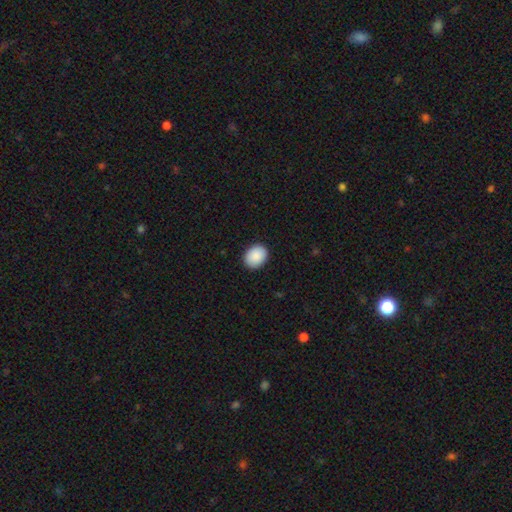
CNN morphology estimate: smooth_or_featured: smooth (p=0.90) [alt: star or artifact p=0.07]
how_rounded: in between (p=0.53) [alt: round p=0.46]
merging: none (p=0.89) [alt: minor disturbance p=0.08]